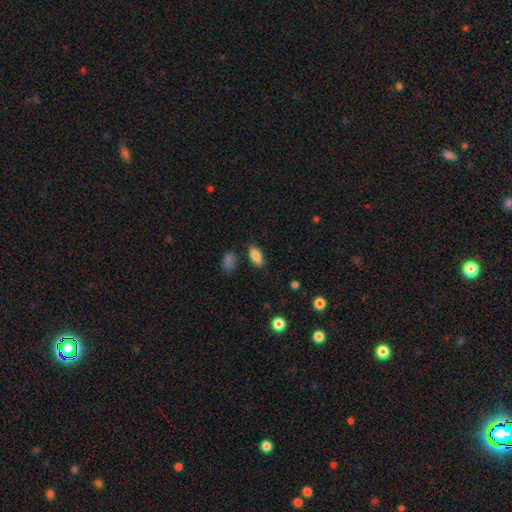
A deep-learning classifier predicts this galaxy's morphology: This appears to be a smooth galaxy with no disk features (82%) that is in between round and cigar-shaped (86%). Merging: none (82%).